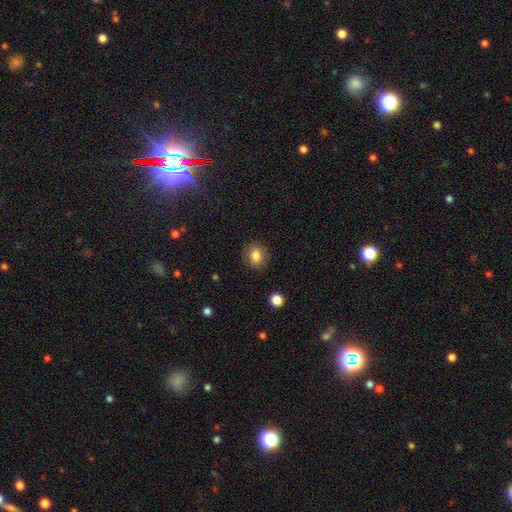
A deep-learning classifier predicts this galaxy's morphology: smooth_or_featured: smooth (p=0.83) [alt: star or artifact p=0.10]
how_rounded: round (p=0.66) [alt: in between p=0.33]
merging: none (p=0.86) [alt: minor disturbance p=0.09]